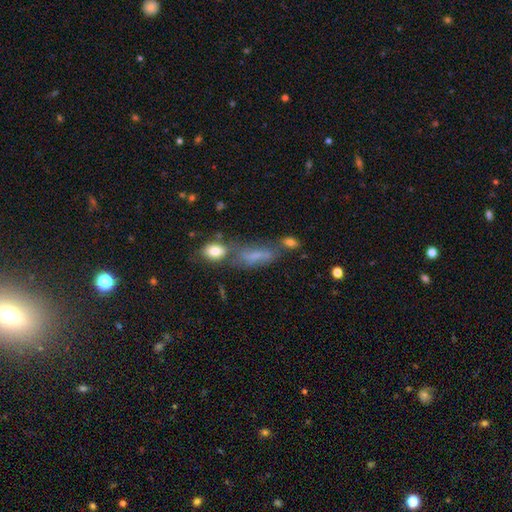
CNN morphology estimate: Smooth or featured: smooth — 61% (featured or disk — 25%)
How rounded: in between — 64% (cigar-shaped — 30%)
Merging: none — 40% (merger — 27%)